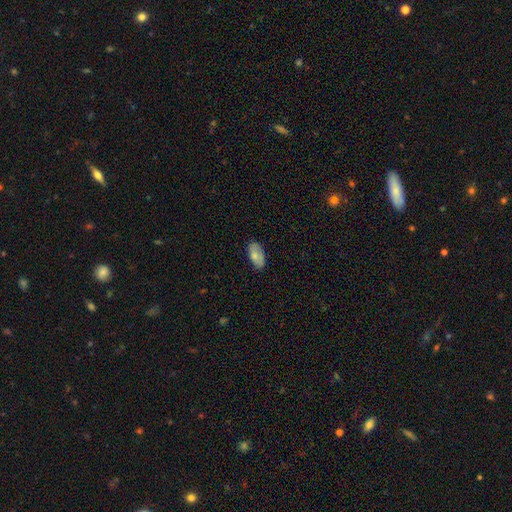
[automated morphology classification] Overall: smooth (72%). How rounded: in between (92%). Merging: none (77%).